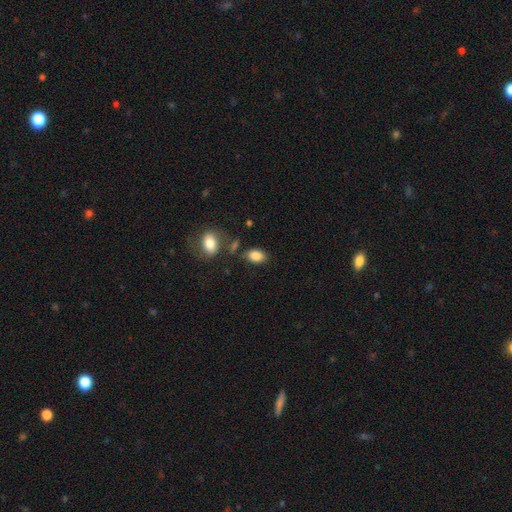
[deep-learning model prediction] Q: Smooth or featured?
A: smooth (86%); runner-up: star or artifact (8%)
Q: How rounded?
A: in between (86%); runner-up: round (13%)
Q: Merging?
A: none (75%); runner-up: minor disturbance (13%)